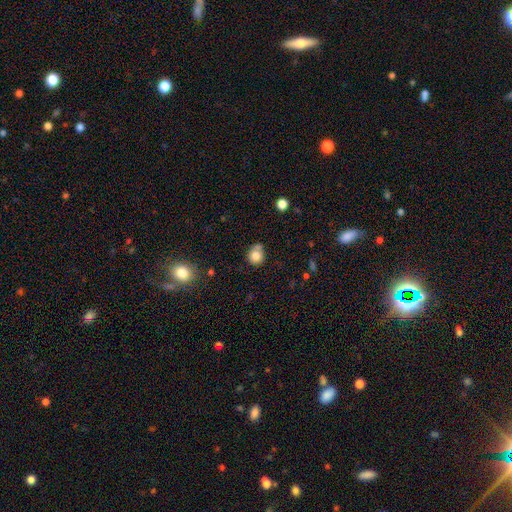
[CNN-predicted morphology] smooth-or-featured: smooth: 81% | star or artifact: 11% | featured or disk: 9%
  how-rounded: round: 84% | in between: 15% | cigar-shaped: 1%
  merging: none: 60% | minor disturbance: 18% | merger: 17% | major disturbance: 5%